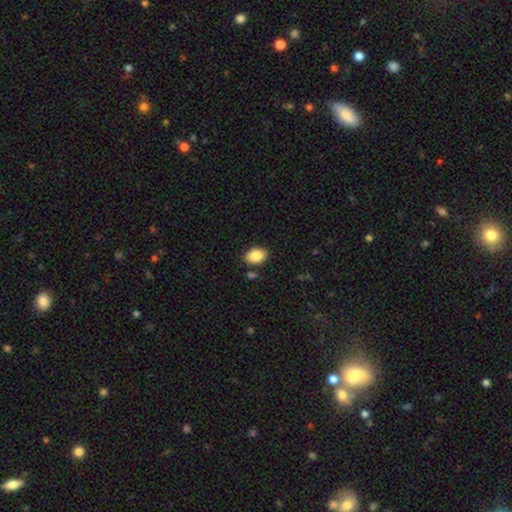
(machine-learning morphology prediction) smooth-or-featured: smooth: 87% | star or artifact: 7% | featured or disk: 5%
  how-rounded: in between: 82% | round: 17% | cigar-shaped: 1%
  merging: none: 86% | minor disturbance: 9% | merger: 3% | major disturbance: 2%